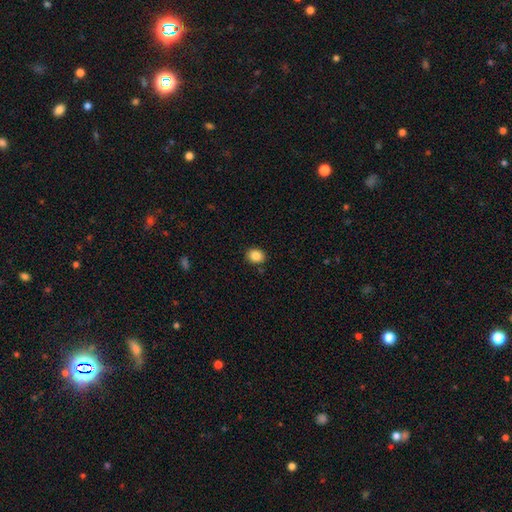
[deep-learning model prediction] smooth_or_featured: smooth (p=0.86) [alt: star or artifact p=0.09]
how_rounded: round (p=0.51) [alt: in between p=0.49]
merging: none (p=0.87) [alt: minor disturbance p=0.09]